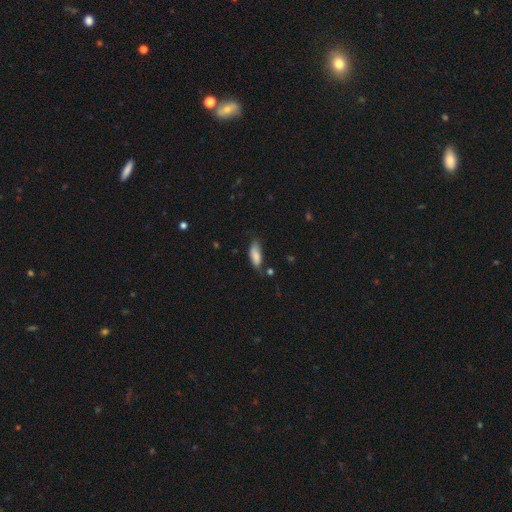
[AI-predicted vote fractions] Q: Smooth or featured?
A: smooth (83%); runner-up: featured or disk (10%)
Q: How rounded?
A: in between (75%); runner-up: cigar-shaped (23%)
Q: Merging?
A: none (54%); runner-up: minor disturbance (33%)